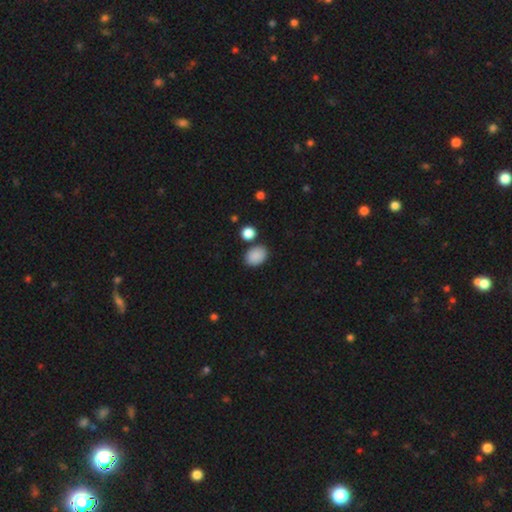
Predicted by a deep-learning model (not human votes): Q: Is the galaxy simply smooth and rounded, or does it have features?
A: smooth — 88%.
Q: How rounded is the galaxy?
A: in between — 72%.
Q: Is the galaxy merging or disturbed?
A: none — 77%.